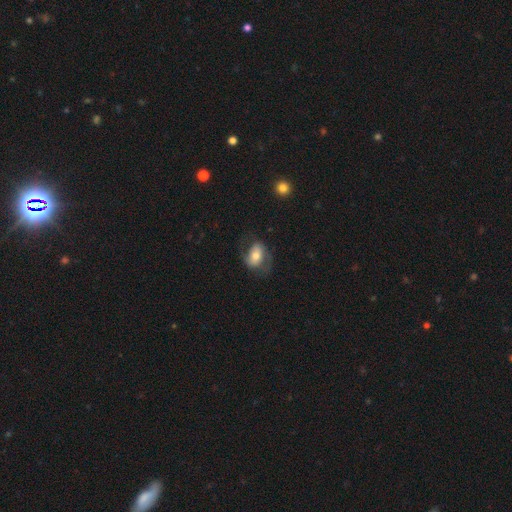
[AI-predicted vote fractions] The model was most divided on "smooth or featured": smooth: 49%, featured or disk: 44%, star or artifact: 8%. More confident: merging — none (60%).